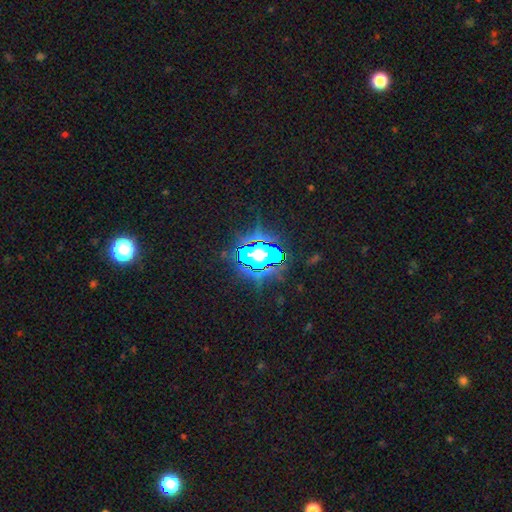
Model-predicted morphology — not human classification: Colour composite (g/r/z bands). It shows a star or artifact, not a galaxy (81%).